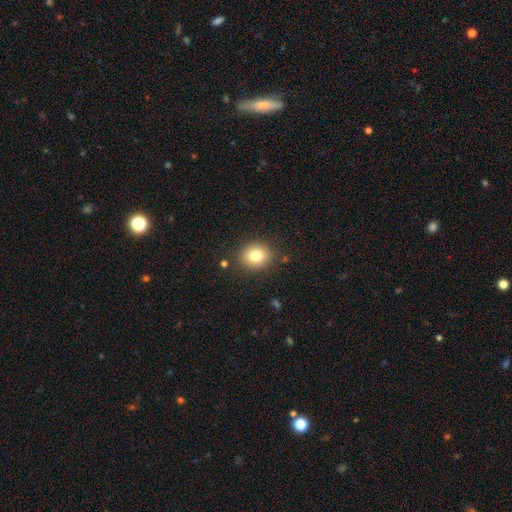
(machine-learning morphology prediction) smooth_or_featured: smooth (p=0.79) [alt: star or artifact p=0.11]
how_rounded: round (p=0.66) [alt: in between p=0.33]
merging: none (p=0.86) [alt: minor disturbance p=0.09]